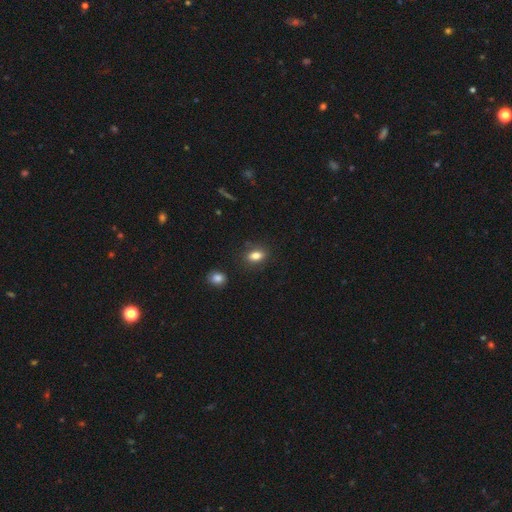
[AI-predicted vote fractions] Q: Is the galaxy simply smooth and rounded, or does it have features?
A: smooth — 82%.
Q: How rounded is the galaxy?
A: in between — 80%.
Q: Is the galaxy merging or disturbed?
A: none — 83%.